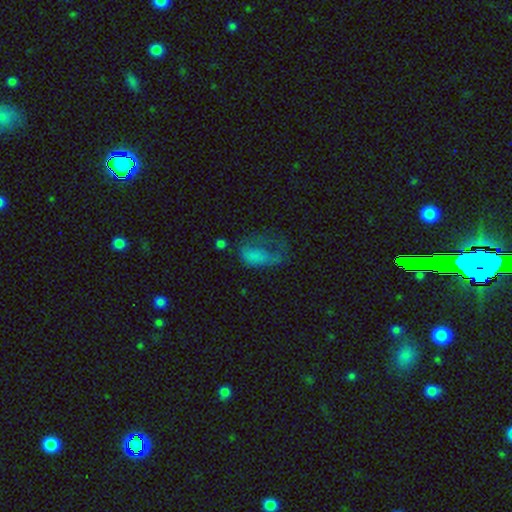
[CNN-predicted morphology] Smooth or featured? Predicted: smooth (p=0.63). How rounded? Predicted: in between (p=0.85). Merging? Predicted: major disturbance (p=0.58).